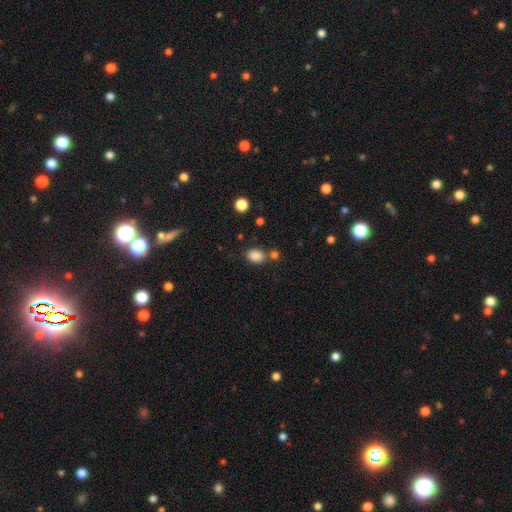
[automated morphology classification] smooth-or-featured: smooth: 86% | star or artifact: 10% | featured or disk: 4%
  how-rounded: in between: 67% | round: 32% | cigar-shaped: 1%
  merging: none: 69% | merger: 15% | minor disturbance: 12% | major disturbance: 4%